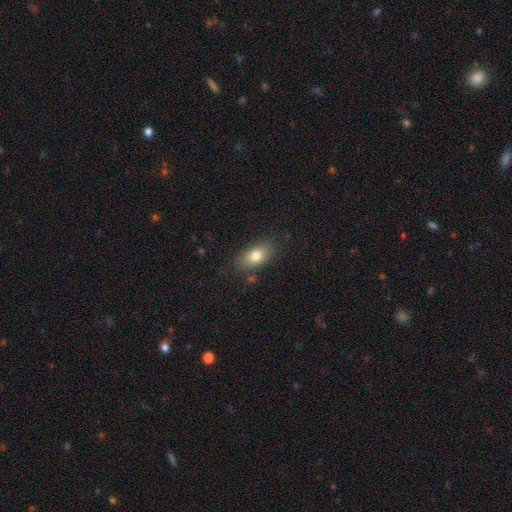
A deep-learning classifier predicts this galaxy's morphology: This is likely a smooth galaxy (78%). How rounded: clearly in between (87%). Merging: clearly none (81%).